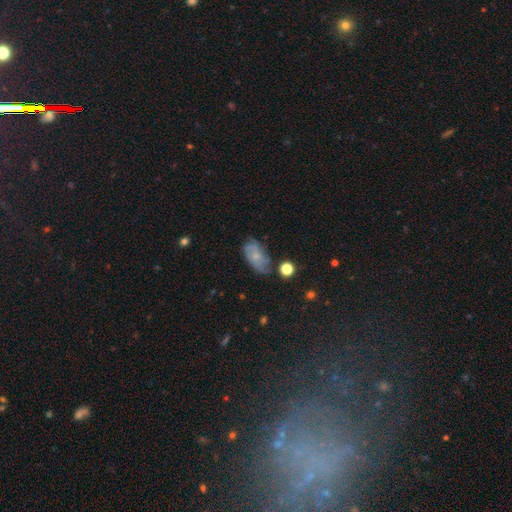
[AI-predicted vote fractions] The model was most divided on "smooth or featured": smooth: 48%, featured or disk: 43%, star or artifact: 9%. More confident: merging — none (58%).